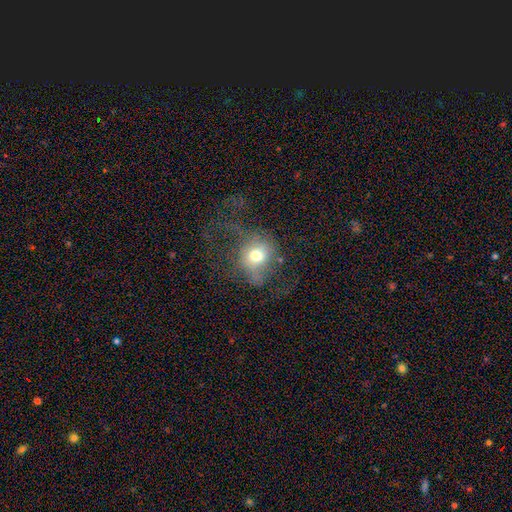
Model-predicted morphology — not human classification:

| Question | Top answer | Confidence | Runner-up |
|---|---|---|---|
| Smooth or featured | smooth | 57% | featured or disk (30%) |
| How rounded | round | 68% | in between (31%) |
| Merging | major disturbance | 45% | none (34%) |